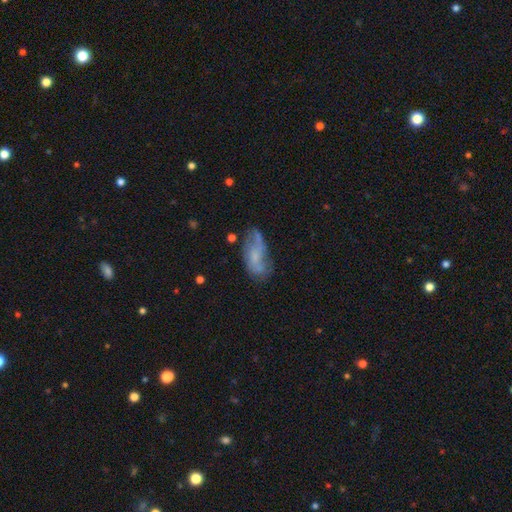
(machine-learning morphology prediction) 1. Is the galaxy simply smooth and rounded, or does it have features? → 47% featured or disk, 43% smooth, 10% star or artifact.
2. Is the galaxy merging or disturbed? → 45% none, 28% minor disturbance, 19% major disturbance, 8% merger.